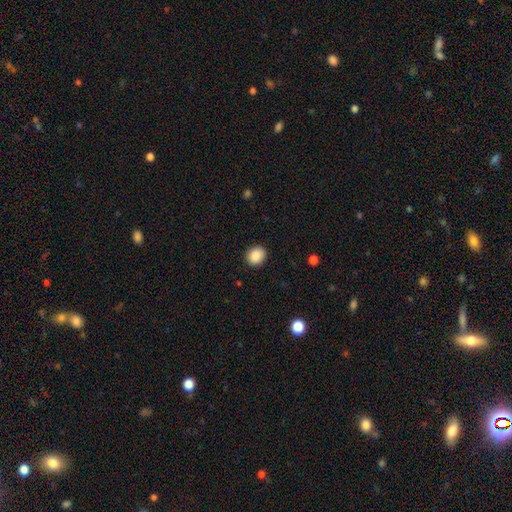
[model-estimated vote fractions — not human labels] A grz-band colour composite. It shows a smooth galaxy with no disk features (89%) that is round (72%). Merging: none (90%).